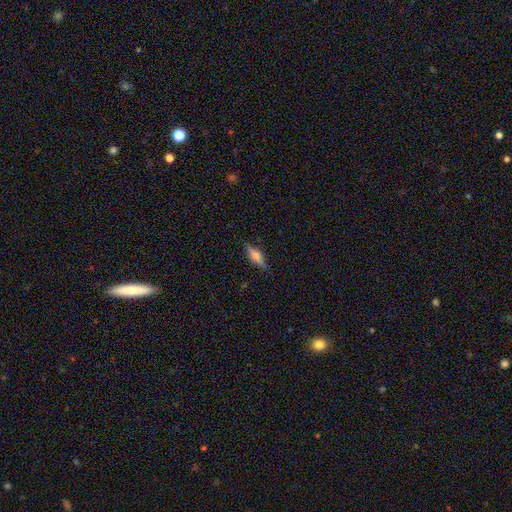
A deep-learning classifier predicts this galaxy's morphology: Smooth or featured?
  - smooth: 51% *
  - featured or disk: 42%
  - star or artifact: 7%
How rounded?
  - cigar-shaped: 53% *
  - in between: 44%
  - round: 3%
Merging?
  - none: 85% *
  - minor disturbance: 11%
  - major disturbance: 2%
  - merger: 1%